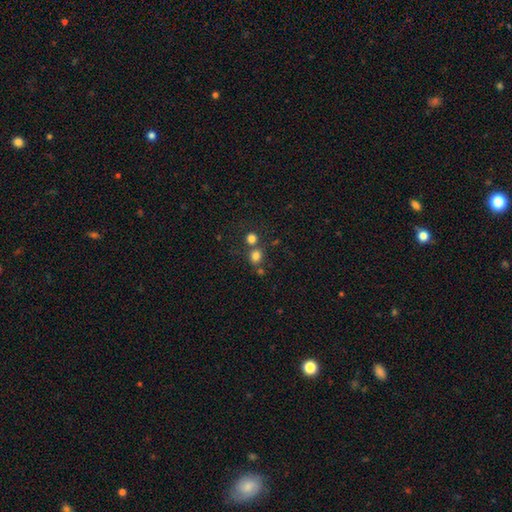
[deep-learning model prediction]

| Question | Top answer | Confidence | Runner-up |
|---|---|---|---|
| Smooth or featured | smooth | 78% | star or artifact (15%) |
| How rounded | round | 79% | in between (20%) |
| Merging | none | 61% | merger (27%) |